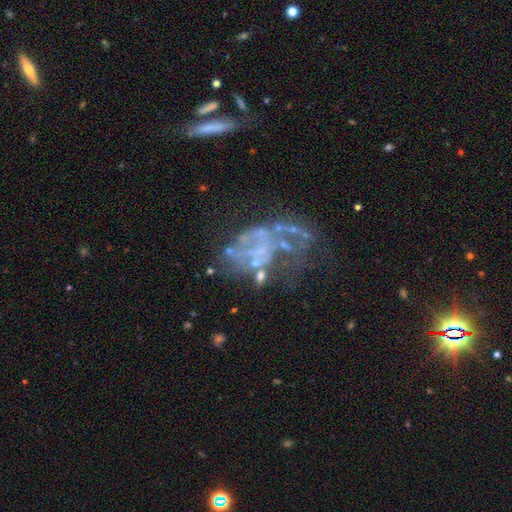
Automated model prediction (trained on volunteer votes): The model was most divided on "merging": major disturbance: 44%, none: 27%, minor disturbance: 15%, merger: 14%. More confident: edge-on disk — no (98%); bar — no (86%); bulge size — none (75%); spiral arms — no (74%); smooth or featured — featured or disk (71%).